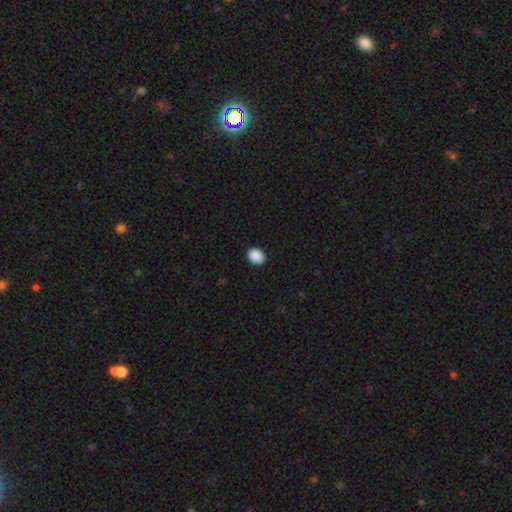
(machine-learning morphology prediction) Smooth or featured: smooth — 90% (star or artifact — 8%)
How rounded: in between — 60% (round — 39%)
Merging: none — 90% (minor disturbance — 7%)